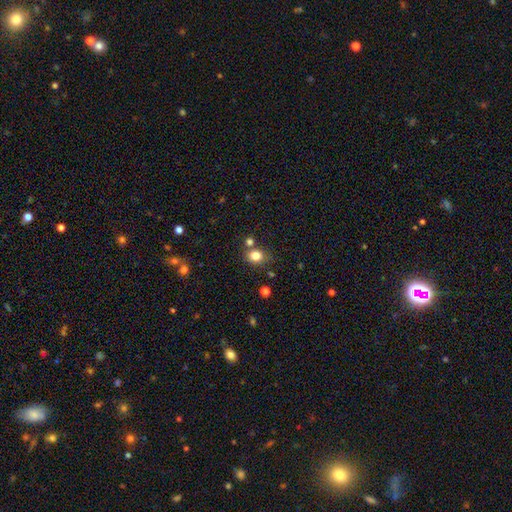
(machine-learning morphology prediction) A smooth galaxy with no disk features (82%) that is round (66%).

Vote fractions:
- Smooth or featured? smooth: 82% / star or artifact: 12% / featured or disk: 6%
- How rounded? round: 66% / in between: 33% / cigar-shaped: 1%
- Merging? none: 70% / merger: 14% / minor disturbance: 13% / major disturbance: 4%